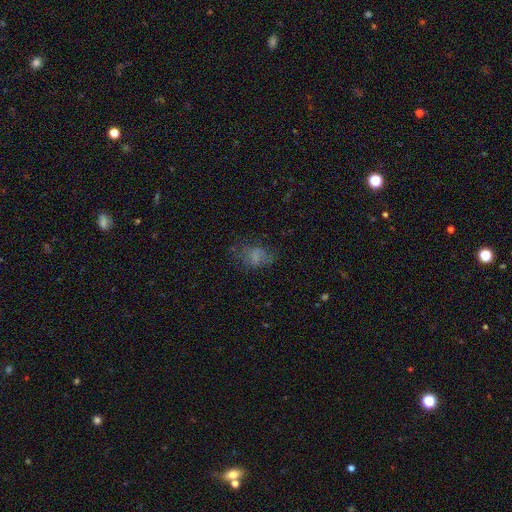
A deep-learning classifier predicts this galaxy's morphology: A smooth galaxy with no disk features (61%) that is in between round and cigar-shaped (76%). Merging: none (50%).